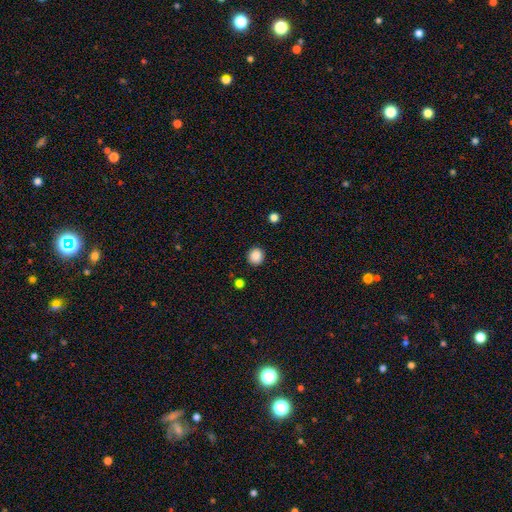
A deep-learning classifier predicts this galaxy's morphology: This is clearly a smooth galaxy (87%). How rounded: clearly round (88%). Merging: clearly none (90%).